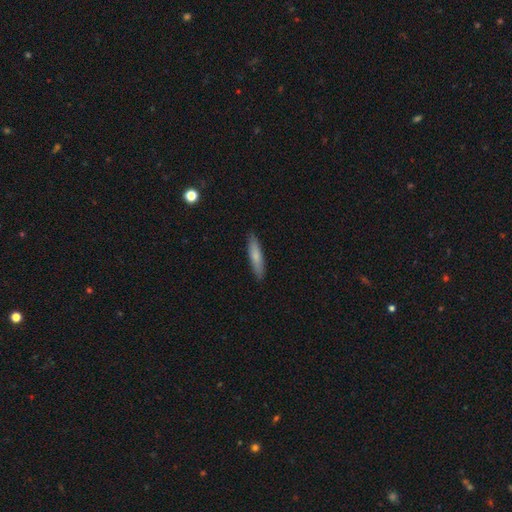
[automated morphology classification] Smooth or featured? smooth (74%)
How rounded? cigar-shaped (81%)
Merging? none (88%)